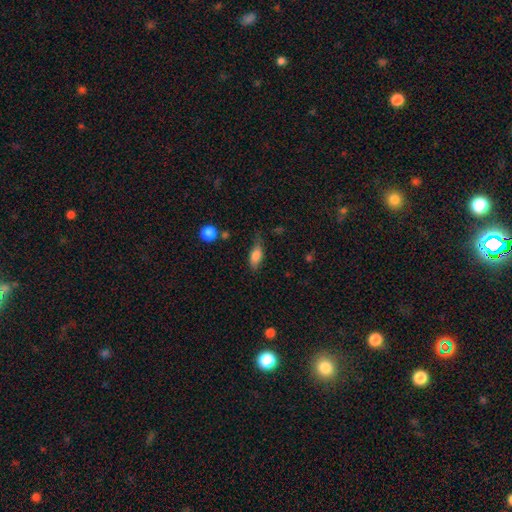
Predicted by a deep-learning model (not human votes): A smooth galaxy with no disk features (79%) that is in between round and cigar-shaped (81%). Merging: none (61%).